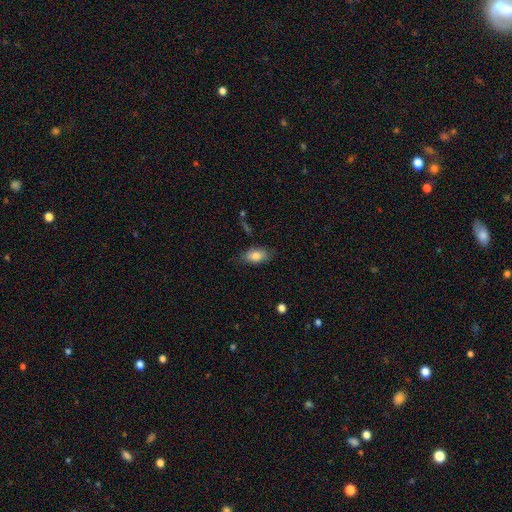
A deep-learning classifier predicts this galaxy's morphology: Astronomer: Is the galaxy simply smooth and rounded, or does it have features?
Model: smooth — 80%.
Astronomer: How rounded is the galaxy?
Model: in between — 90%.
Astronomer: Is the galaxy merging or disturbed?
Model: none — 77%.